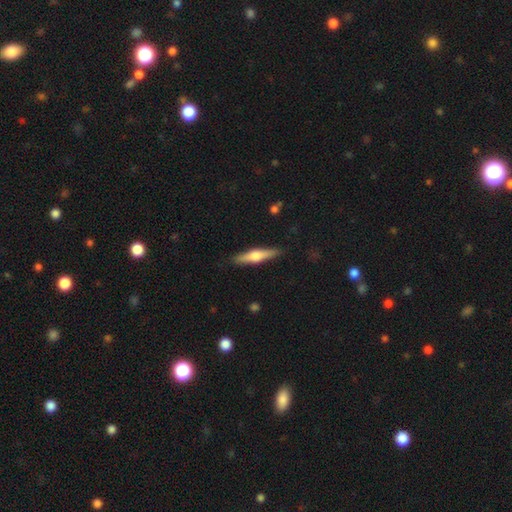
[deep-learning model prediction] Smooth or featured? featured or disk (54%)
Edge-on disk? yes (96%)
Edge-on bulge? rounded (89%)
Merging? none (89%)